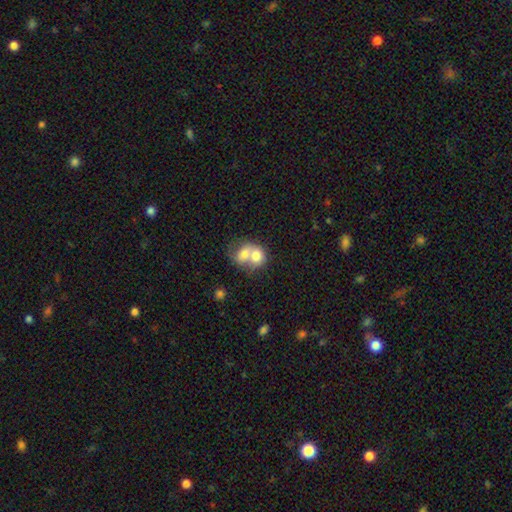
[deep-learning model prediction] Smooth or featured? smooth (70%)
How rounded? round (55%)
Merging? merger (77%)